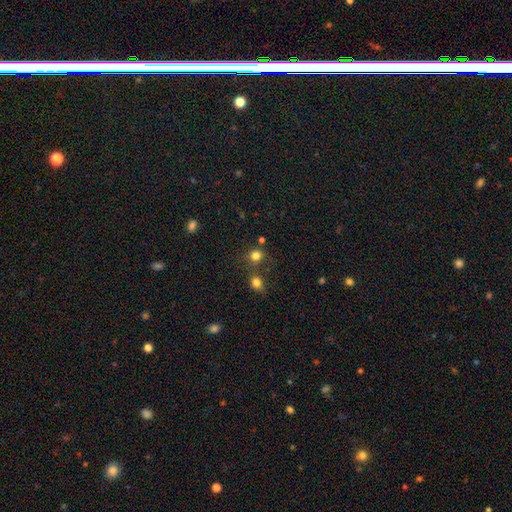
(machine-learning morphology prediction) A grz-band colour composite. It shows a smooth galaxy with no disk features (79%) that is round (82%). Merging: none (64%).